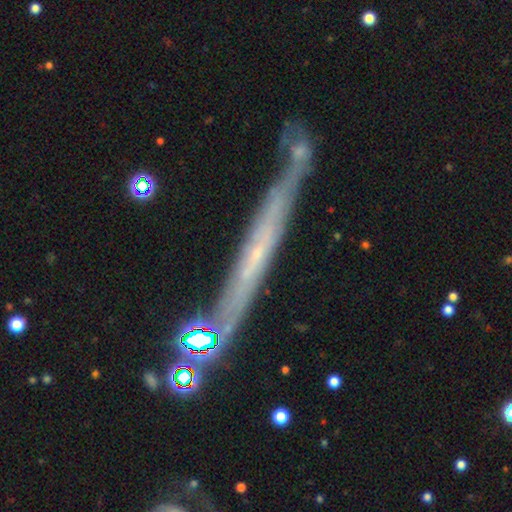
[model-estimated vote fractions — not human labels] Smooth or featured? Predicted: featured or disk (p=0.68). Edge-on disk? Predicted: yes (p=0.90). Edge-on bulge? Predicted: none (p=0.81). Merging? Predicted: none (p=0.72).